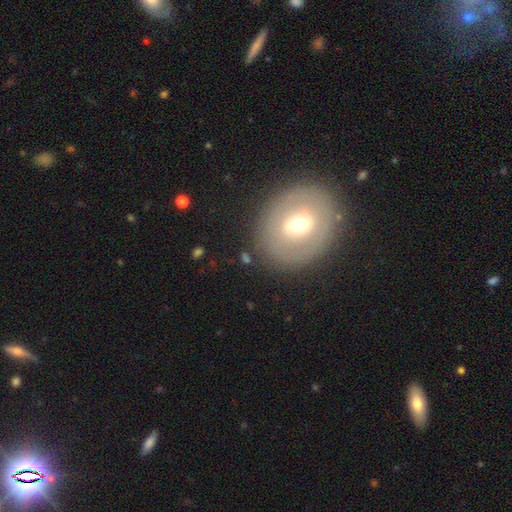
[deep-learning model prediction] A featured or disk galaxy (45%).

Vote fractions:
- Smooth or featured? featured or disk: 45% / smooth: 42% / star or artifact: 12%
- Merging? none: 86% / minor disturbance: 9% / major disturbance: 4% / merger: 1%